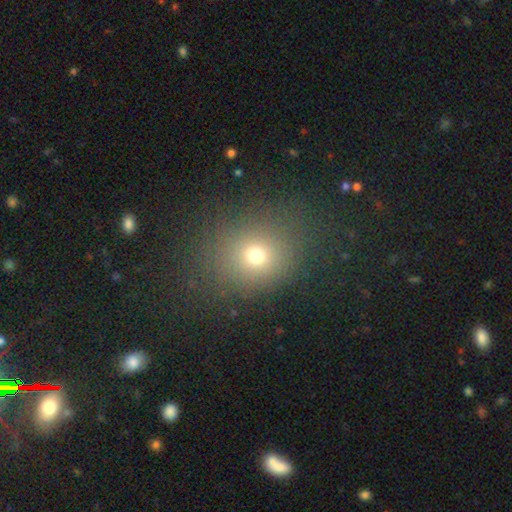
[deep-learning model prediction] smooth_or_featured: smooth (p=0.70) [alt: star or artifact p=0.20]
how_rounded: round (p=0.69) [alt: in between p=0.30]
merging: none (p=0.82) [alt: minor disturbance p=0.10]